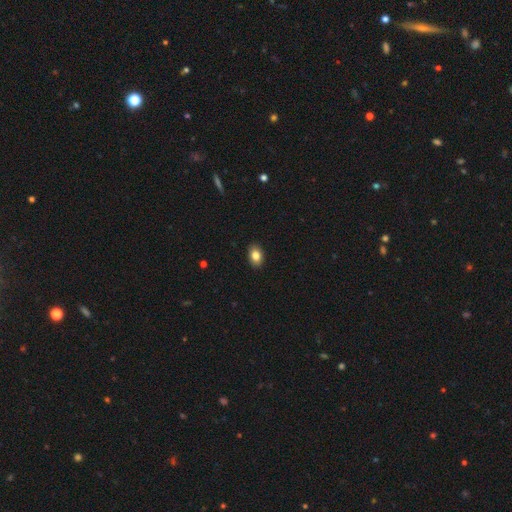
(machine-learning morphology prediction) A smooth galaxy with no disk features (83%) that is in between round and cigar-shaped (83%).

Vote fractions:
- Smooth or featured? smooth: 83% / star or artifact: 9% / featured or disk: 8%
- How rounded? in between: 83% / round: 15% / cigar-shaped: 1%
- Merging? none: 89% / minor disturbance: 8% / major disturbance: 2% / merger: 1%